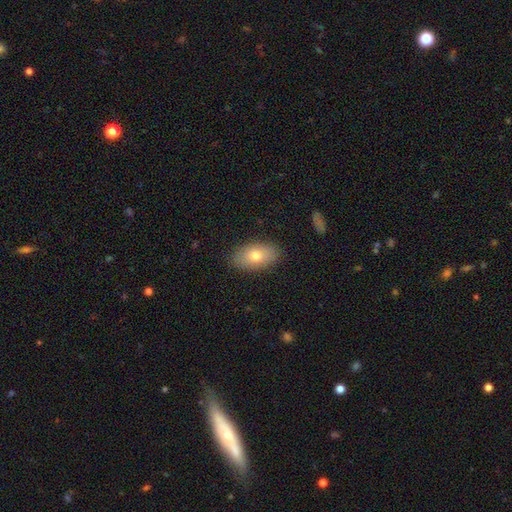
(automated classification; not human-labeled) A smooth galaxy with no disk features (75%) that is in between round and cigar-shaped (92%). Merging: none (87%).